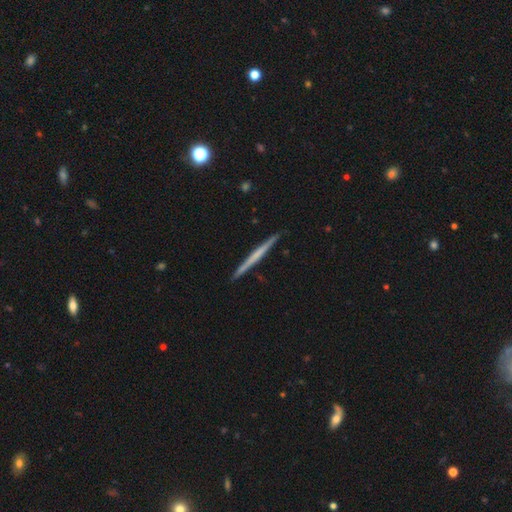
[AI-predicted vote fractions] Overall: featured or disk (58%; smooth 37%). Edge-on disk: yes (98%). Edge-on bulge: none (78%). Merging: none (92%).